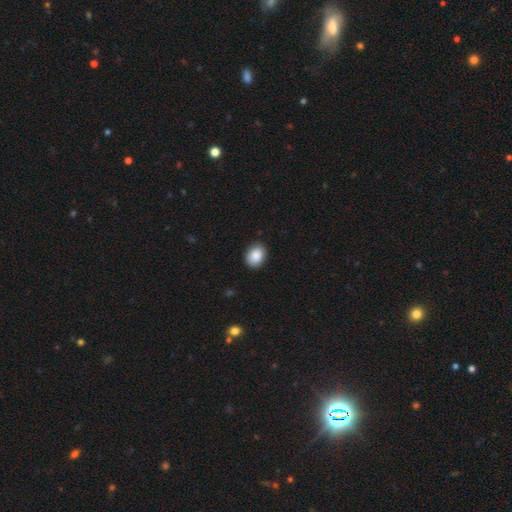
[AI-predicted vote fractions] Overall: smooth (89%). How rounded: in between (66%; round 33%). Merging: none (87%).